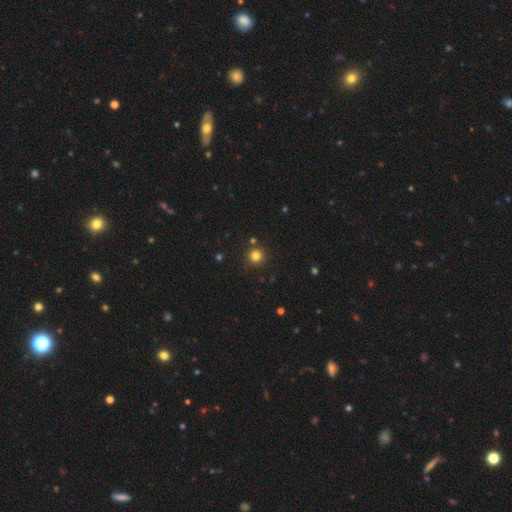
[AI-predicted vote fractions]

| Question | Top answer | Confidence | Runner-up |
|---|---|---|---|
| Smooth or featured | smooth | 80% | star or artifact (14%) |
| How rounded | round | 95% | in between (4%) |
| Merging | none | 88% | minor disturbance (6%) |